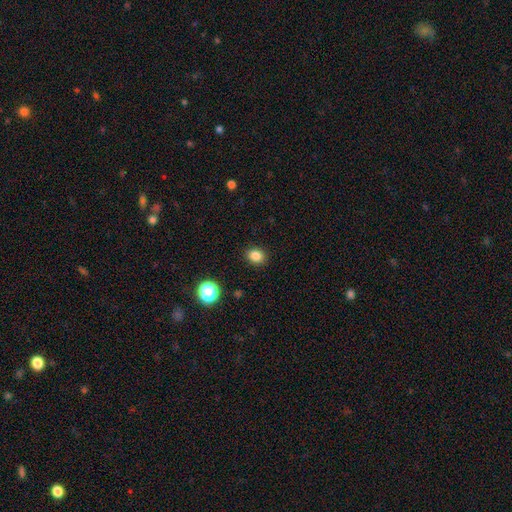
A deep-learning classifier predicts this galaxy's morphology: Smooth or featured? smooth (84%)
How rounded? round (60%)
Merging? none (90%)